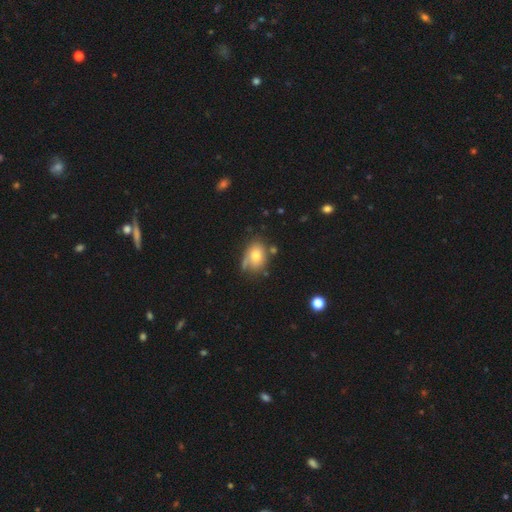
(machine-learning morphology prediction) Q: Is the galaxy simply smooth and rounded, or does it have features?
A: smooth — 73%.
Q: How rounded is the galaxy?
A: in between — 70%.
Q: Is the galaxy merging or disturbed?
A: none — 57%.